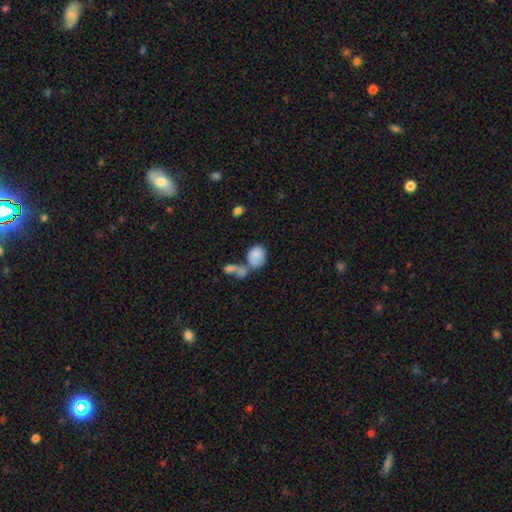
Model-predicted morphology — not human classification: Q: Smooth or featured?
A: smooth (81%); runner-up: featured or disk (12%)
Q: How rounded?
A: round (50%); runner-up: in between (48%)
Q: Merging?
A: merger (51%); runner-up: none (29%)